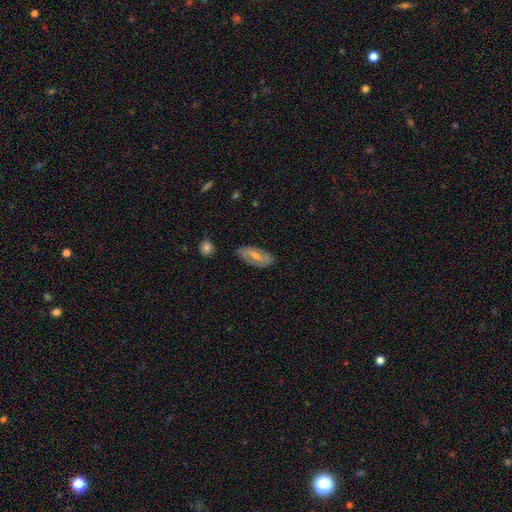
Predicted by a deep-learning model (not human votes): Smooth or featured: featured or disk — 51% (smooth — 42%)
Edge-on disk: no — 89% (yes — 11%)
Merging: none — 77% (minor disturbance — 18%)